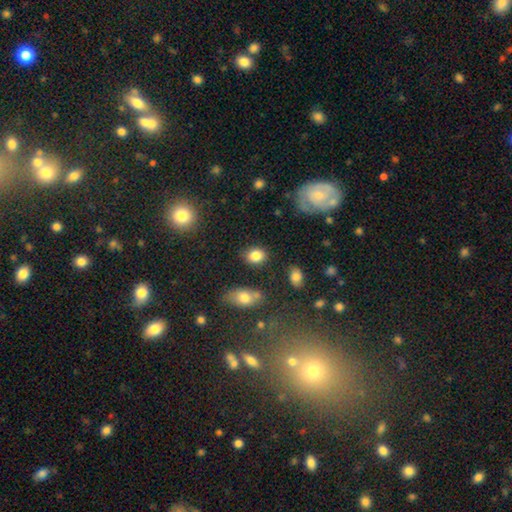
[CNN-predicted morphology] smooth 84%, star or artifact 9%, featured or disk 7%. Down the decision tree: how rounded — in between (56%); merging — none (82%).